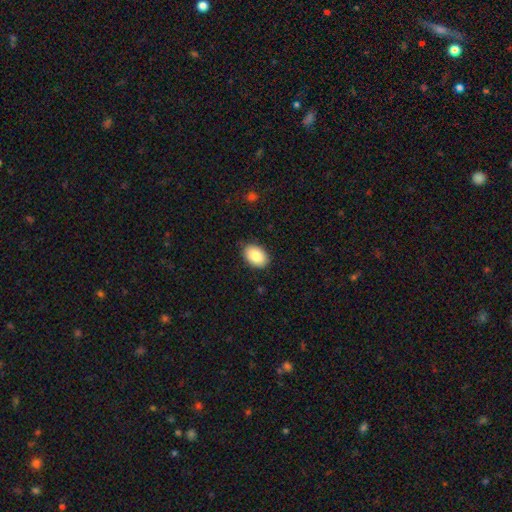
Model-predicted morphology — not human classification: Q: Smooth or featured?
A: smooth (87%); runner-up: star or artifact (7%)
Q: How rounded?
A: in between (88%); runner-up: round (11%)
Q: Merging?
A: none (86%); runner-up: minor disturbance (11%)